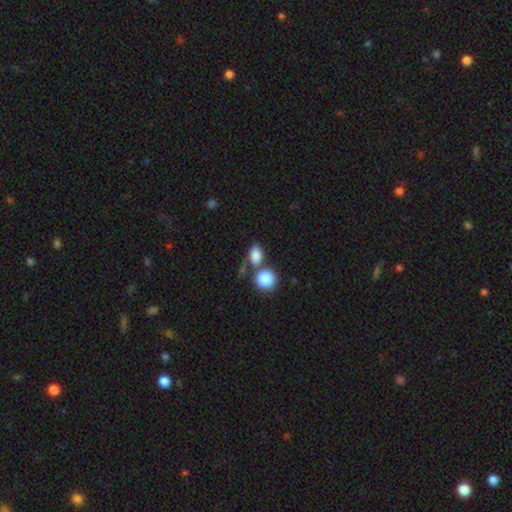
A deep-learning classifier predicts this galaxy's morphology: Q: Smooth or featured?
A: smooth (84%); runner-up: featured or disk (9%)
Q: How rounded?
A: in between (73%); runner-up: round (24%)
Q: Merging?
A: none (41%); runner-up: merger (40%)